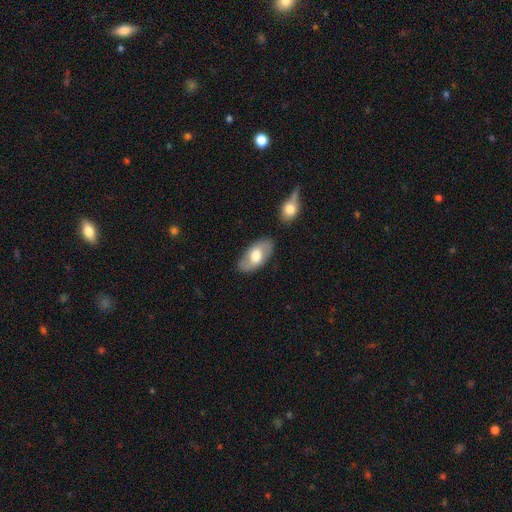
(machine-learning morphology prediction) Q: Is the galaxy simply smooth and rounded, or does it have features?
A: smooth — 58%.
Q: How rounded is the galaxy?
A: in between — 94%.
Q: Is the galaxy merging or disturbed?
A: none — 81%.